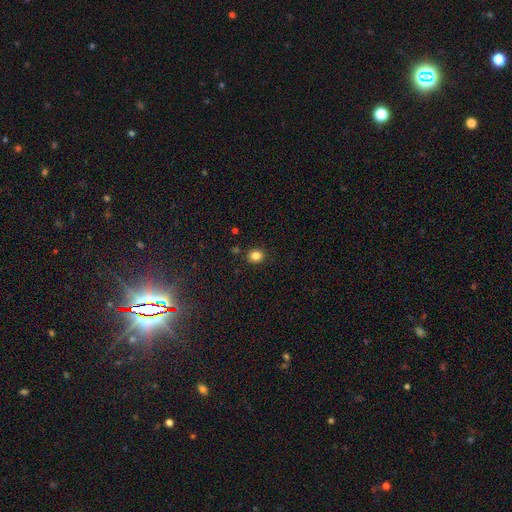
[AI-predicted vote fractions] Smooth or featured? smooth (83%)
How rounded? round (79%)
Merging? none (88%)